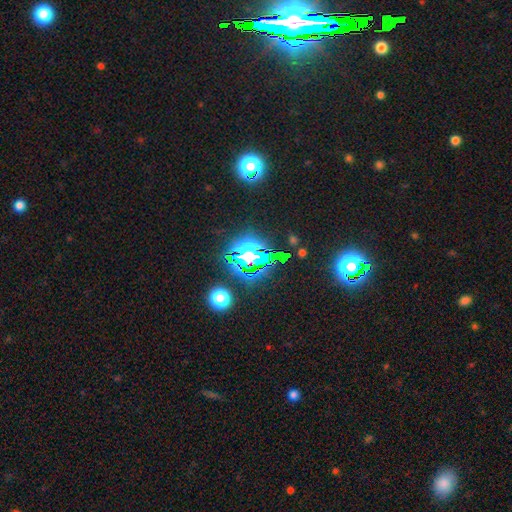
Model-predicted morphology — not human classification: This is likely a star or artifact rather than a galaxy (72%).